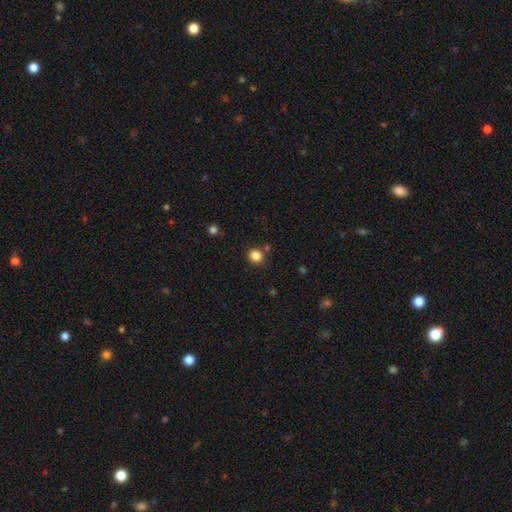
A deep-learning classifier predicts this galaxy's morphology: This is clearly a smooth galaxy (84%). How rounded: clearly round (88%). Merging: clearly none (83%).